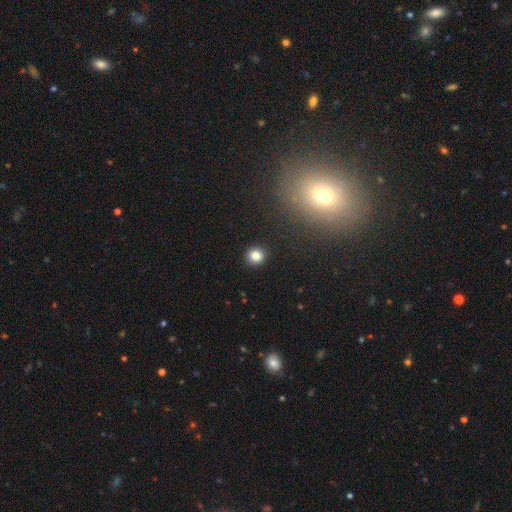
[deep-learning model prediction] Smooth or featured: smooth — 83% (star or artifact — 12%)
How rounded: round — 89% (in between — 10%)
Merging: none — 92% (minor disturbance — 5%)